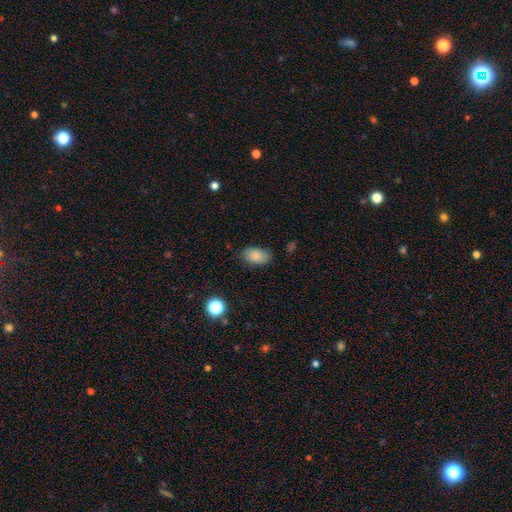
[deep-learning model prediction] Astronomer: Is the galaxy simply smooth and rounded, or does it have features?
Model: smooth — 83%.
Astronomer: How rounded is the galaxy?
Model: in between — 90%.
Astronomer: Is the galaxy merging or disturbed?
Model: none — 76%.